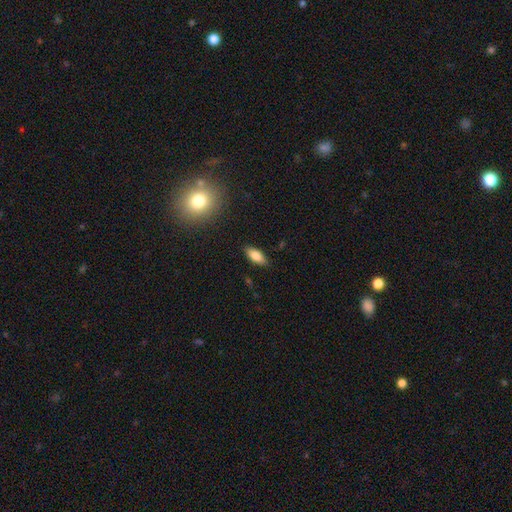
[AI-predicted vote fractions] smooth_or_featured: smooth (p=0.77) [alt: featured or disk p=0.15]
how_rounded: in between (p=0.81) [alt: cigar-shaped p=0.17]
merging: none (p=0.86) [alt: minor disturbance p=0.10]